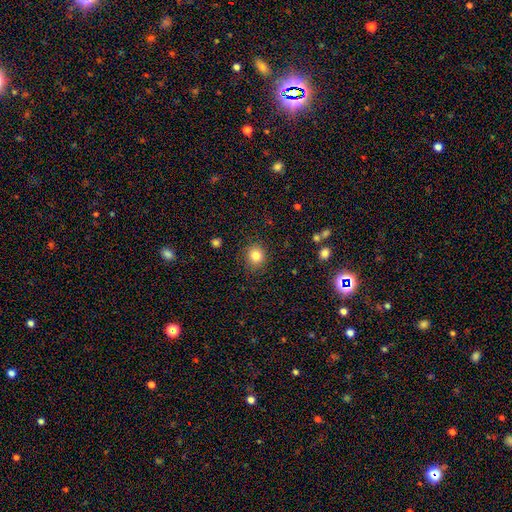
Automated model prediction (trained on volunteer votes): This is clearly a smooth galaxy (83%). How rounded: clearly round (81%). Merging: clearly none (87%).